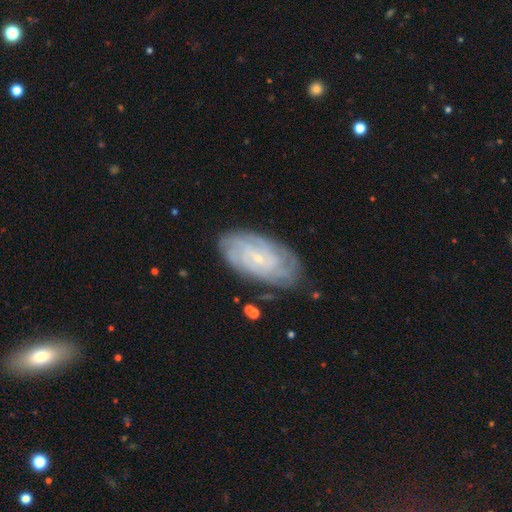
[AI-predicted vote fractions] Smooth or featured?
  - featured or disk: 75% *
  - smooth: 16%
  - star or artifact: 9%
Edge-on disk?
  - no: 94% *
  - yes: 6%
Bar?
  - no: 68% *
  - weak: 26%
  - strong: 6%
Spiral arms?
  - yes: 93% *
  - no: 7%
Spiral winding?
  - tight: 77% *
  - medium: 18%
  - loose: 5%
Spiral arm count?
  - can't tell: 43% *
  - 4: 18%
  - 3: 12%
  - 2: 12%
  - more than 4: 10%
  - 1: 6%
Bulge size?
  - small: 82% *
  - moderate: 13%
  - none: 3%
  - large: 1%
  - dominant: 1%
Merging?
  - none: 81% *
  - minor disturbance: 14%
  - major disturbance: 3%
  - merger: 2%